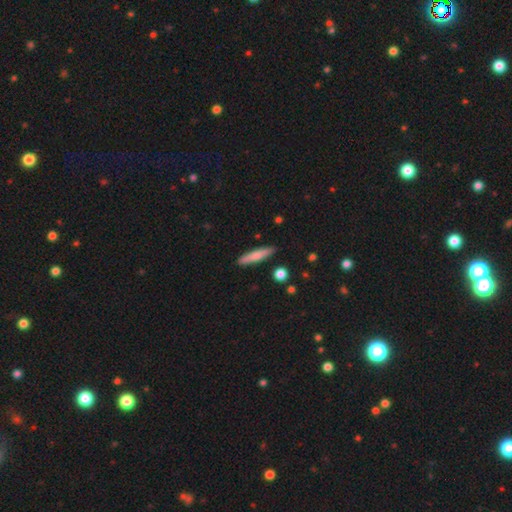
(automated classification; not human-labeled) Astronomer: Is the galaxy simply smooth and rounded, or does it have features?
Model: smooth — 71%.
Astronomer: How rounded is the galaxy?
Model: cigar-shaped — 88%.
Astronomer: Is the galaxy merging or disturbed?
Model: none — 88%.